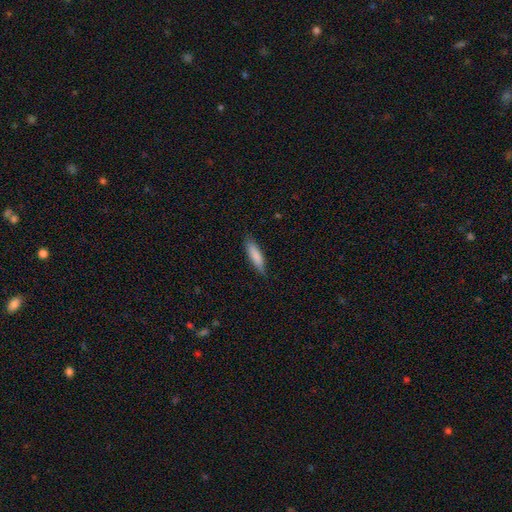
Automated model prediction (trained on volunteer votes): smooth_or_featured: smooth (p=0.82) [alt: featured or disk p=0.12]
how_rounded: cigar-shaped (p=0.66) [alt: in between p=0.33]
merging: none (p=0.80) [alt: minor disturbance p=0.17]